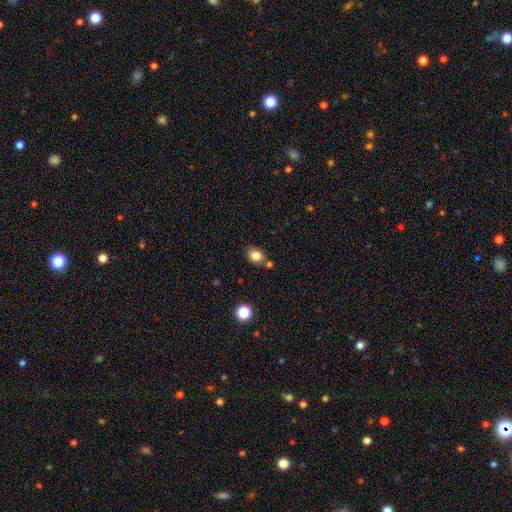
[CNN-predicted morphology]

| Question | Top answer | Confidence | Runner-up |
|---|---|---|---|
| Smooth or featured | smooth | 82% | star or artifact (11%) |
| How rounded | round | 53% | in between (46%) |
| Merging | none | 74% | minor disturbance (13%) |